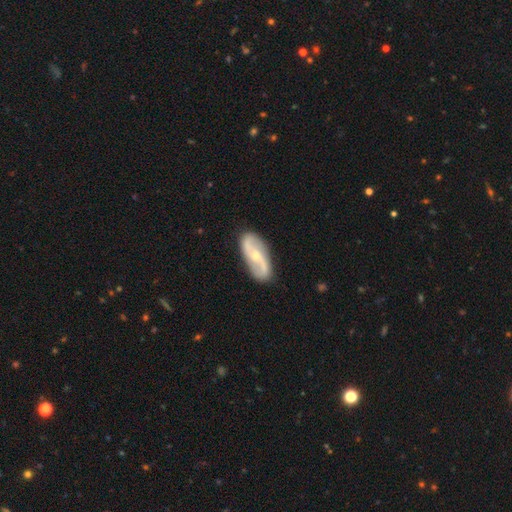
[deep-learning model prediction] Q: Smooth or featured?
A: featured or disk (80%); runner-up: smooth (15%)
Q: Edge-on disk?
A: no (94%); runner-up: yes (6%)
Q: Bar?
A: no (46%); runner-up: weak (35%)
Q: Spiral arms?
A: yes (93%); runner-up: no (7%)
Q: Spiral winding?
A: loose (57%); runner-up: medium (30%)
Q: Spiral arm count?
A: 2 (92%); runner-up: can't tell (4%)
Q: Bulge size?
A: small (56%); runner-up: moderate (40%)
Q: Merging?
A: none (85%); runner-up: minor disturbance (11%)